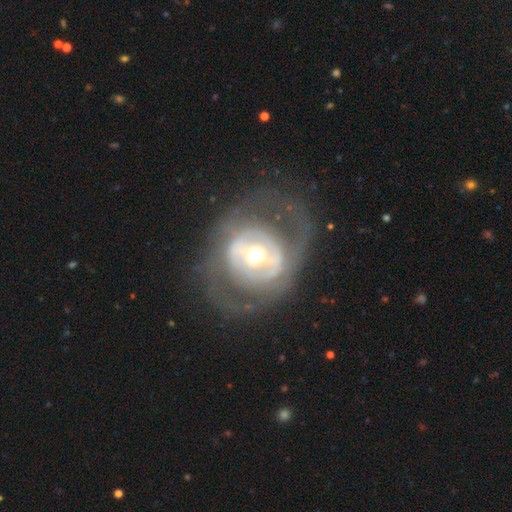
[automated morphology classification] Q: Smooth or featured?
A: featured or disk (75%); runner-up: smooth (19%)
Q: Edge-on disk?
A: no (95%); runner-up: yes (5%)
Q: Bar?
A: no (38%); runner-up: weak (34%)
Q: Spiral arms?
A: no (53%); runner-up: yes (47%)
Q: Bulge size?
A: moderate (65%); runner-up: small (22%)
Q: Merging?
A: none (66%); runner-up: major disturbance (19%)